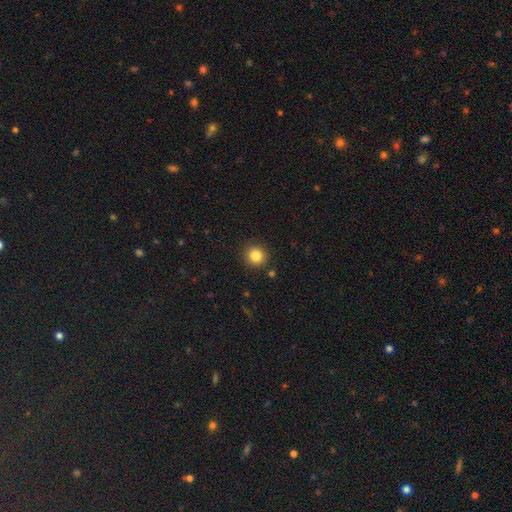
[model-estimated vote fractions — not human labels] The model was most divided on "smooth or featured": smooth: 84%, star or artifact: 11%, featured or disk: 5%. More confident: how rounded — round (93%); merging — none (90%).